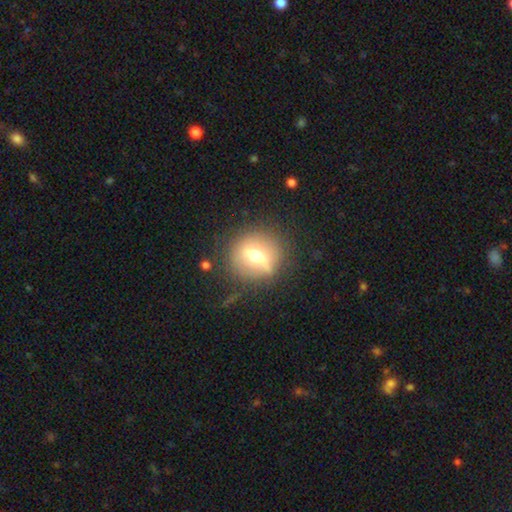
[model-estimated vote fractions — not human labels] Smooth or featured?
  - smooth: 46% *
  - featured or disk: 42%
  - star or artifact: 12%
Merging?
  - none: 78% *
  - minor disturbance: 13%
  - major disturbance: 7%
  - merger: 2%